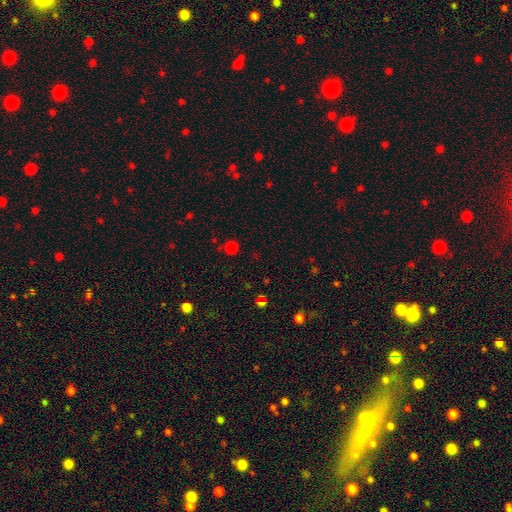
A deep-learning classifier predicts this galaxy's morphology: The model was most divided on "smooth or featured": smooth: 64%, star or artifact: 32%, featured or disk: 4%. More confident: how rounded — round (91%); merging — none (87%).